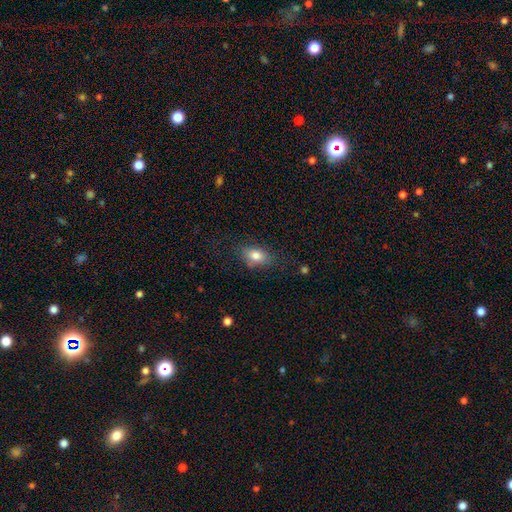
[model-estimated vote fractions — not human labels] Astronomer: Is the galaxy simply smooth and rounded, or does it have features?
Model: smooth — 80%.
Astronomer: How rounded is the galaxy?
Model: in between — 81%.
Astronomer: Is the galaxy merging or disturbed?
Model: none — 74%.